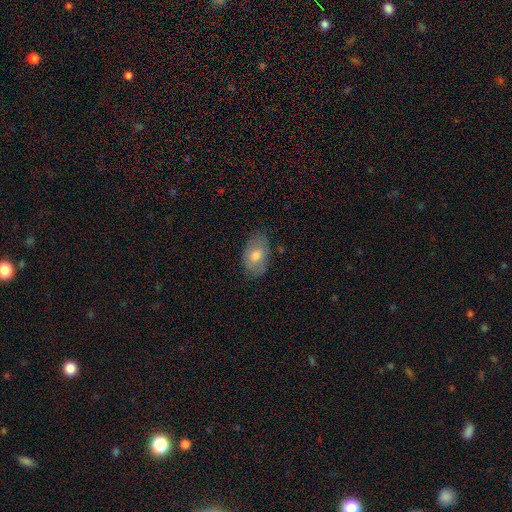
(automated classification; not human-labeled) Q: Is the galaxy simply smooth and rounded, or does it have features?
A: smooth — 69%.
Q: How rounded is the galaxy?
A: in between — 90%.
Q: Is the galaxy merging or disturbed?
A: none — 75%.